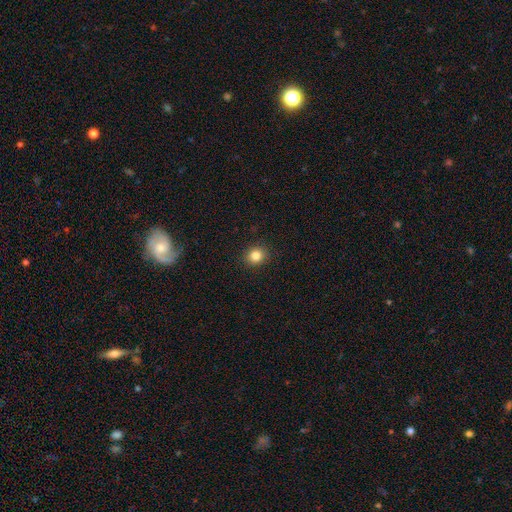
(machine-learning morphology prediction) A smooth galaxy with no disk features (84%) that is round (82%). Merging: none (91%).